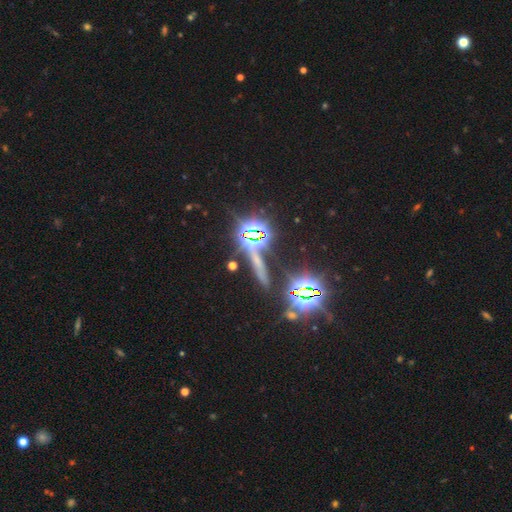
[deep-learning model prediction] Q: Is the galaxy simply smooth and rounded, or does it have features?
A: star or artifact — 63%.